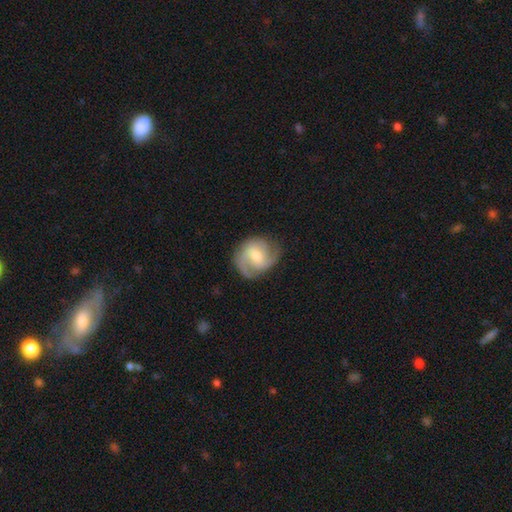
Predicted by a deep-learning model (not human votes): A featured or disk galaxy (74%) with a weak bar (52%), 2 (52%) medium (49%) spiral arms (95%) and a moderate central bulge (54%). Merging: none (72%).